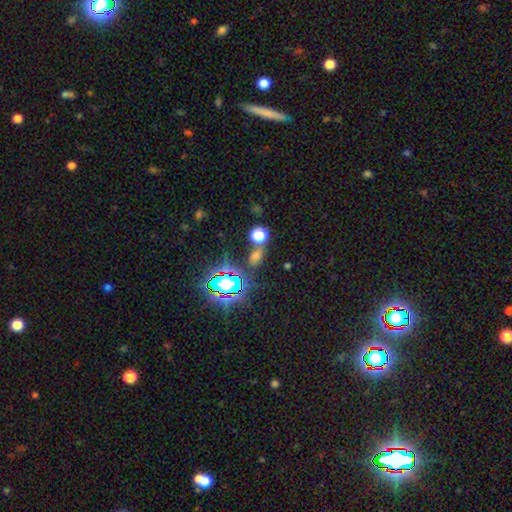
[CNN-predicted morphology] This is possibly a smooth galaxy (48%). Merging: likely none (65%).